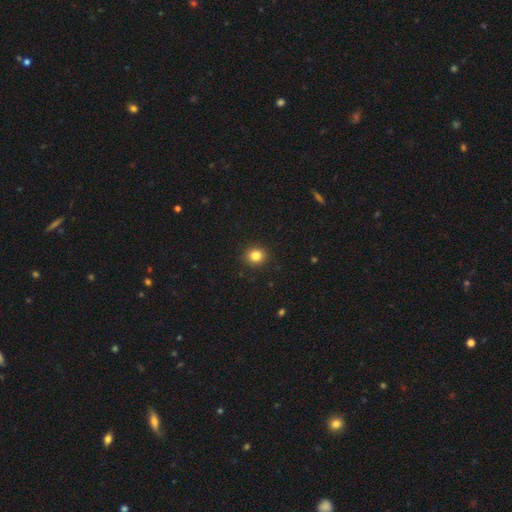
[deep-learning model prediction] Morphology: type=smooth (83%); roundness=round (87%); merging=none (92%).